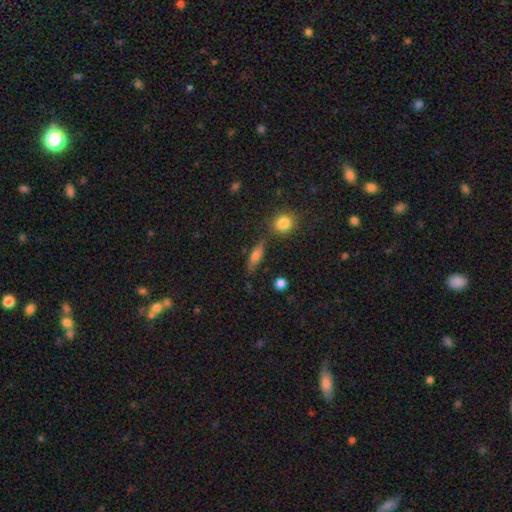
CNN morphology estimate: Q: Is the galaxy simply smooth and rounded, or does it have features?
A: smooth — 59%.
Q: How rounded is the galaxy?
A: cigar-shaped — 51%.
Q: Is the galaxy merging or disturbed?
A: none — 77%.